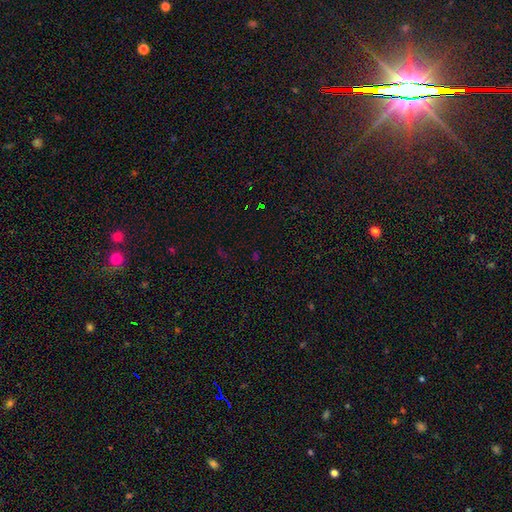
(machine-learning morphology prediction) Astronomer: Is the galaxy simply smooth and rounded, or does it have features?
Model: star or artifact — 65%.